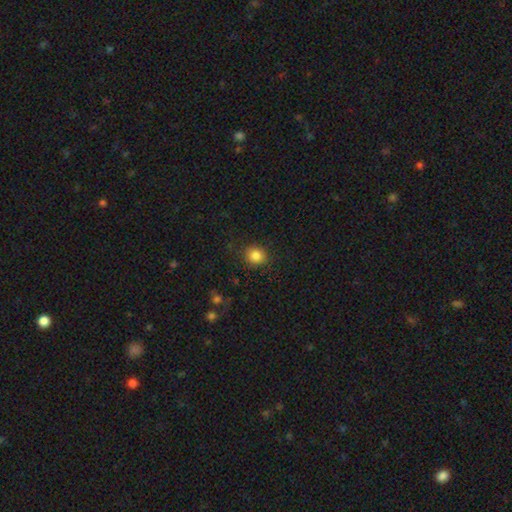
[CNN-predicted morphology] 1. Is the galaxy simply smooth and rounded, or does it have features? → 84% smooth, 11% star or artifact, 5% featured or disk.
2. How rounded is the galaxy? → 78% round, 21% in between, 1% cigar-shaped.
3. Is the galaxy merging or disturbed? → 86% none, 9% minor disturbance, 3% major disturbance, 1% merger.